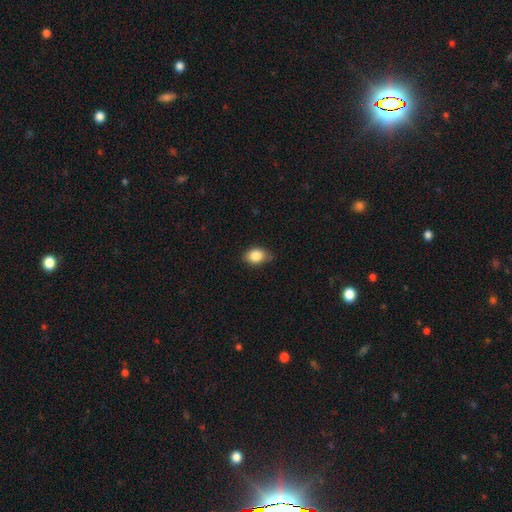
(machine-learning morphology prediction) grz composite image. It shows a smooth galaxy with no disk features (85%) that is in between round and cigar-shaped (67%). Merging: none (74%).